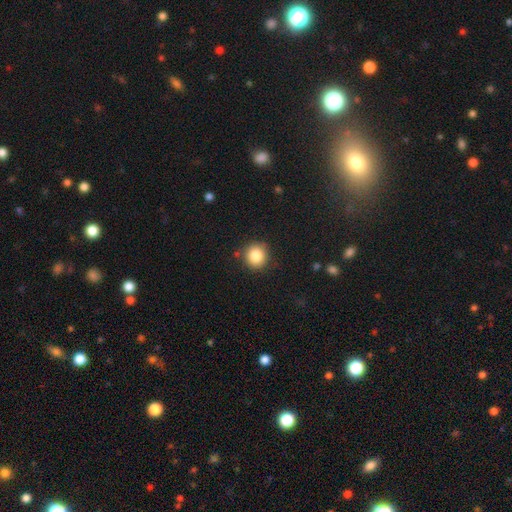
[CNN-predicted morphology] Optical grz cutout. It shows a smooth galaxy with no disk features (85%) that is round (92%). Merging: none (86%).